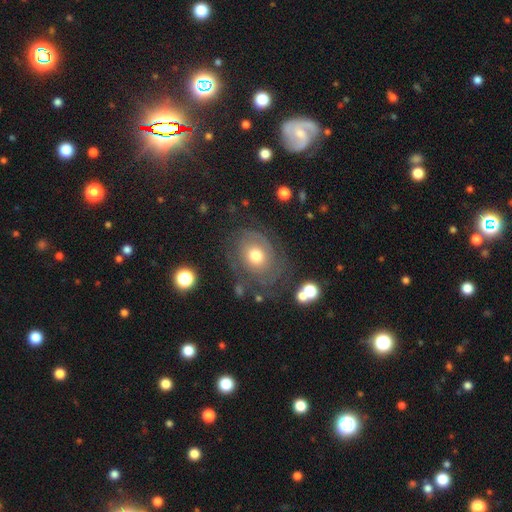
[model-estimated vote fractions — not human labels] Overall: featured or disk (56%; smooth 33%). Edge-on disk: no (96%). Bar: no (86%). Spiral arms: yes (68%; no 32%). Bulge size: moderate (68%). Merging: none (66%).